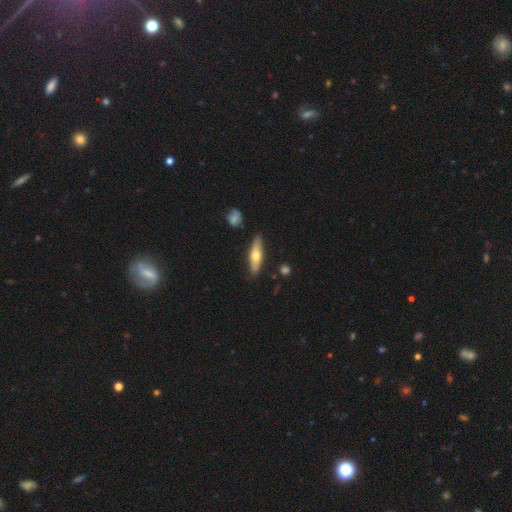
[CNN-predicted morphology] Overall: smooth (53%; featured or disk 42%). How rounded: cigar-shaped (64%; in between 34%). Merging: none (84%).